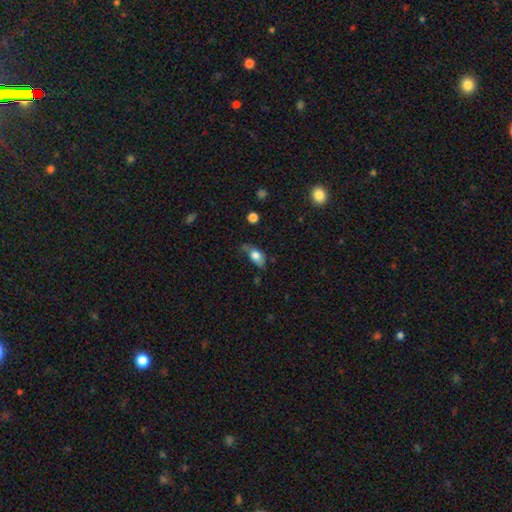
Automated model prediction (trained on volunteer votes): Smooth or featured: smooth — 75% (featured or disk — 17%)
How rounded: in between — 83% (round — 13%)
Merging: minor disturbance — 37% (none — 35%)